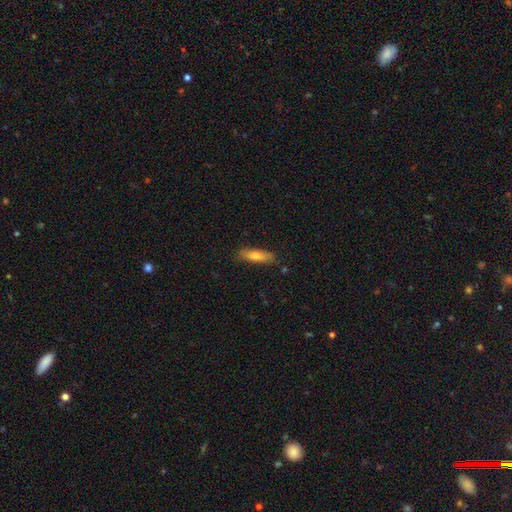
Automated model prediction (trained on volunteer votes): This appears to be a smooth galaxy with no disk features (67%) that is cigar-shaped (70%). Merging: none (84%).